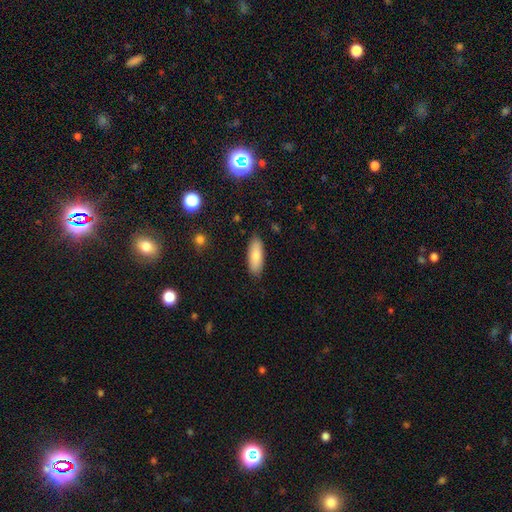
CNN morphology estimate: This appears to be a smooth galaxy with no disk features (83%) that is in between round and cigar-shaped (72%). Merging: none (86%).